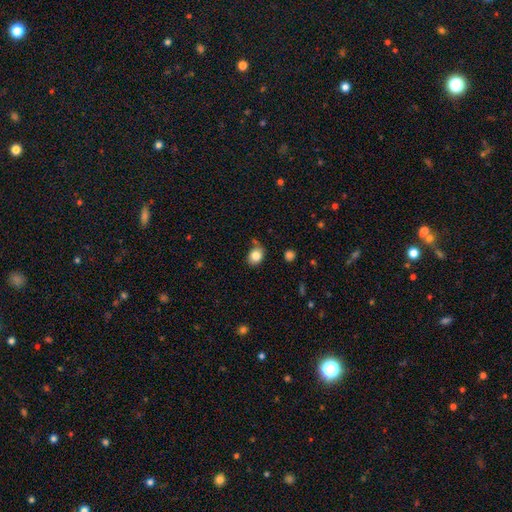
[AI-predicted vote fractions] smooth_or_featured: smooth (p=0.84) [alt: star or artifact p=0.09]
how_rounded: in between (p=0.56) [alt: round p=0.43]
merging: none (p=0.74) [alt: minor disturbance p=0.17]